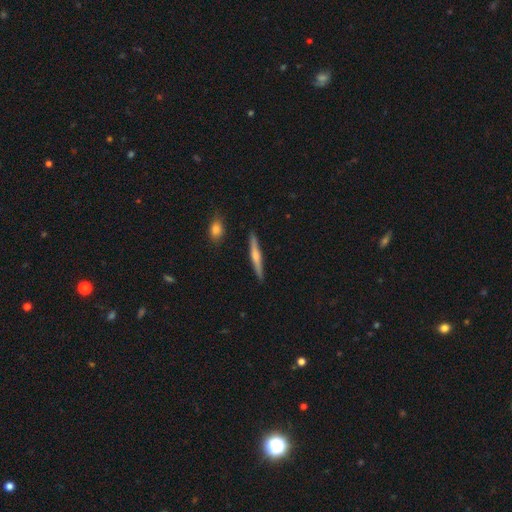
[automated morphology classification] Q: Smooth or featured?
A: featured or disk (52%); runner-up: smooth (43%)
Q: Edge-on disk?
A: yes (97%); runner-up: no (3%)
Q: Merging?
A: none (90%); runner-up: minor disturbance (7%)